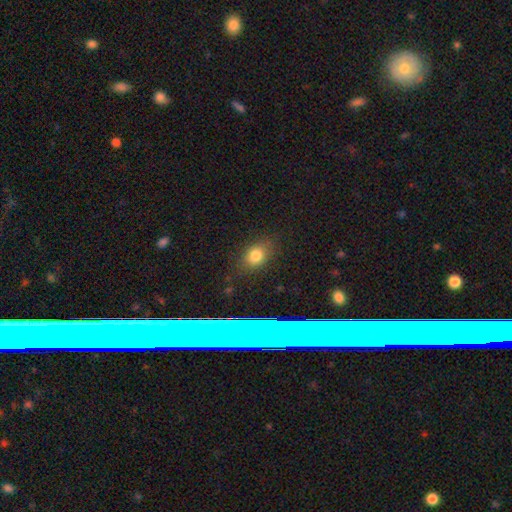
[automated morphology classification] Q: Smooth or featured?
A: smooth (77%); runner-up: star or artifact (14%)
Q: How rounded?
A: in between (57%); runner-up: round (41%)
Q: Merging?
A: none (80%); runner-up: minor disturbance (14%)